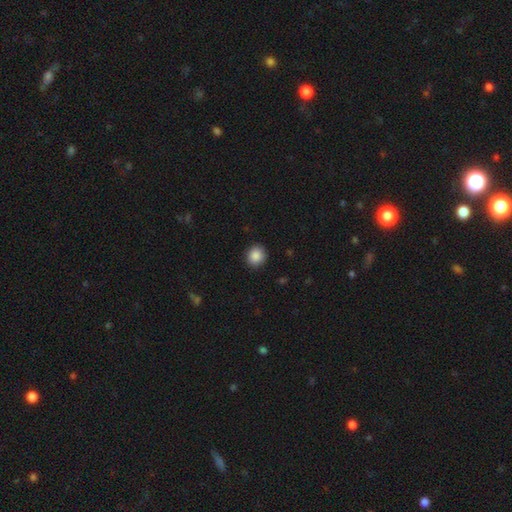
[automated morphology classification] smooth 88%, star or artifact 9%, featured or disk 3%. Down the decision tree: how rounded — round (84%); merging — none (90%).